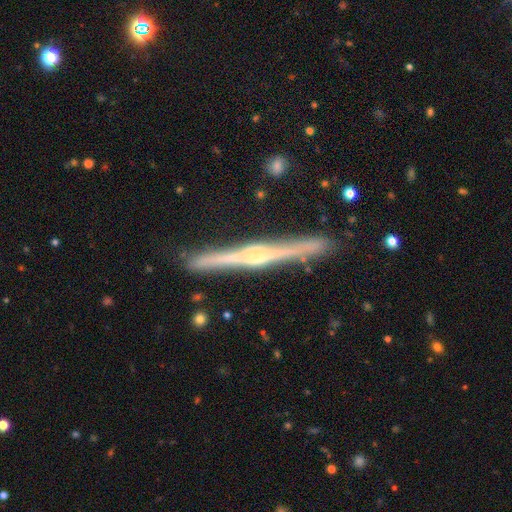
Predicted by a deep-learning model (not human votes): A featured or disk galaxy (84%) viewed edge-on (98%) with a rounded central bulge (70%).

Vote fractions:
- Smooth or featured? featured or disk: 84% / smooth: 10% / star or artifact: 5%
- Edge-on disk? yes: 98% / no: 2%
- Edge-on bulge? rounded: 70% / boxy: 18% / none: 13%
- Merging? none: 89% / minor disturbance: 8% / merger: 2% / major disturbance: 1%